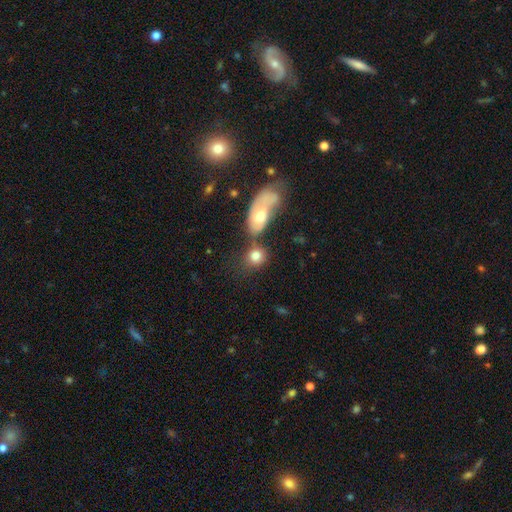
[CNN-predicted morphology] smooth-or-featured: smooth: 79% | featured or disk: 12% | star or artifact: 9%
  how-rounded: round: 66% | in between: 32% | cigar-shaped: 2%
  merging: none: 47% | merger: 33% | minor disturbance: 12% | major disturbance: 7%